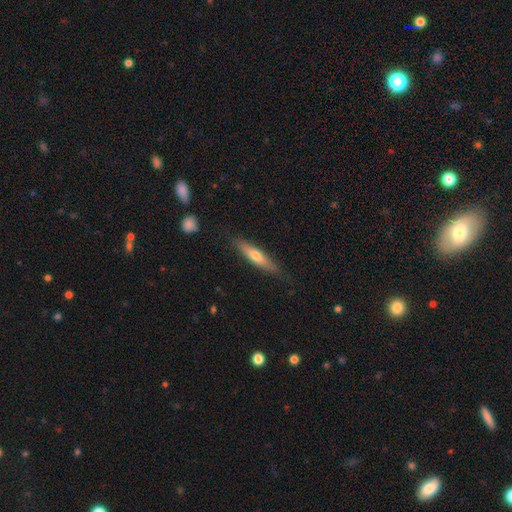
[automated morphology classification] smooth-or-featured: smooth: 55% | featured or disk: 40% | star or artifact: 6%
  how-rounded: cigar-shaped: 84% | in between: 14% | round: 2%
  merging: none: 81% | minor disturbance: 14% | major disturbance: 3% | merger: 2%